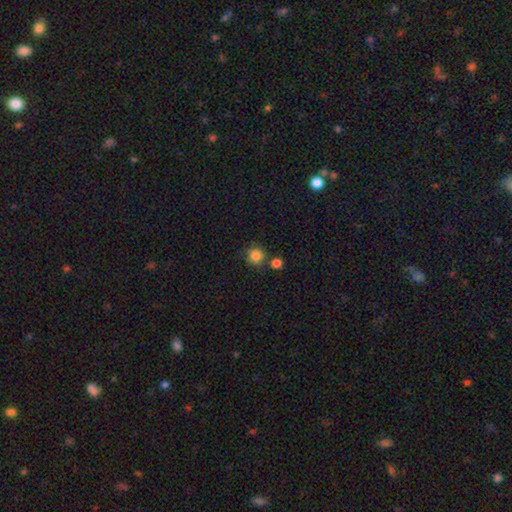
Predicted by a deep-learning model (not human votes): Smooth or featured? Predicted: smooth (p=0.85). How rounded? Predicted: round (p=0.93). Merging? Predicted: none (p=0.75).